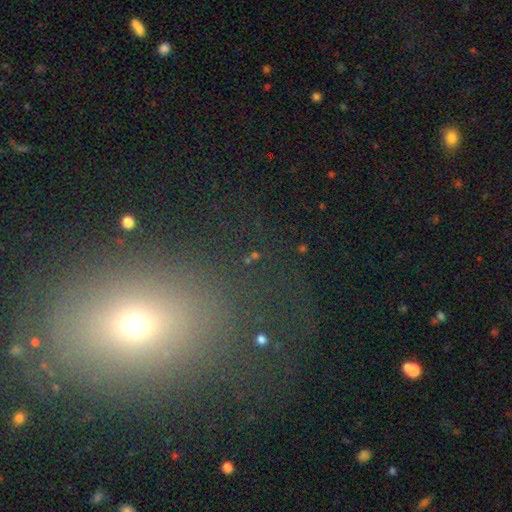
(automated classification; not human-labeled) The model was most divided on "smooth or featured": star or artifact: 58%, smooth: 27%, featured or disk: 15%.